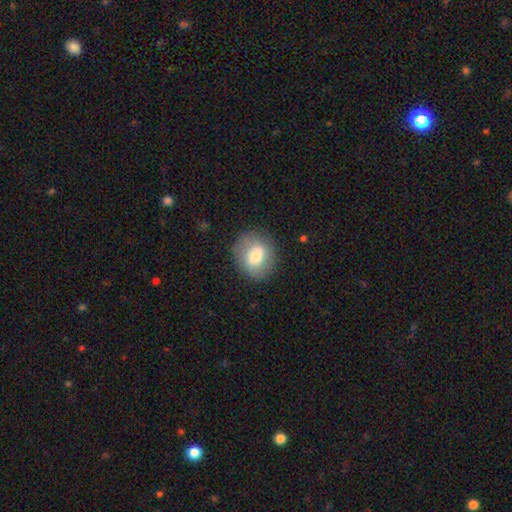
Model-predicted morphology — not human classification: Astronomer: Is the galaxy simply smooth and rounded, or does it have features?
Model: smooth — 71%.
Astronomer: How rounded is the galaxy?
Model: round — 66%.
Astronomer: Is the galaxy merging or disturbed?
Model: none — 82%.